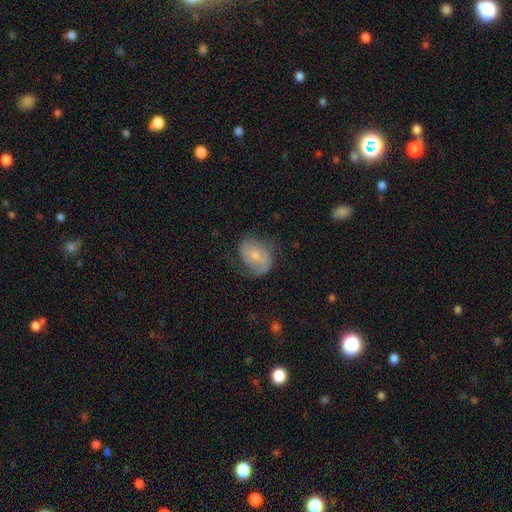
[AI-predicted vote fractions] This appears to be a smooth galaxy with no disk features (50%) that is in between round and cigar-shaped (68%). Merging: none (58%).